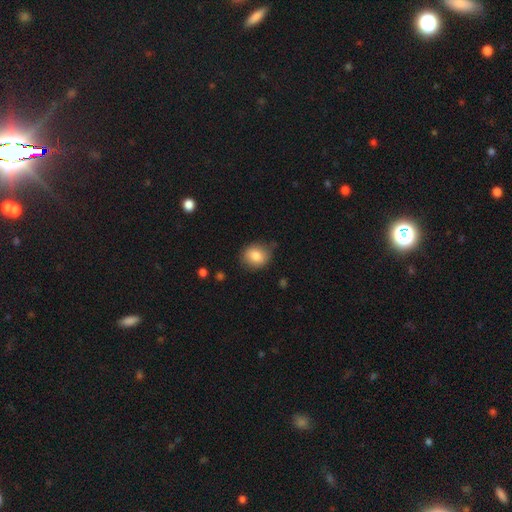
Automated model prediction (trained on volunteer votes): A smooth galaxy with no disk features (82%) that is round (66%). Merging: none (76%).